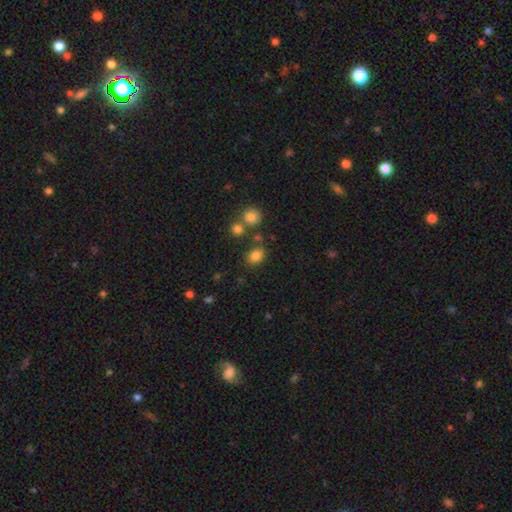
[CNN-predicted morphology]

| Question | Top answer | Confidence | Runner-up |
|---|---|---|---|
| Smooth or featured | smooth | 81% | star or artifact (13%) |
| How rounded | in between | 55% | round (44%) |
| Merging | none | 74% | minor disturbance (12%) |